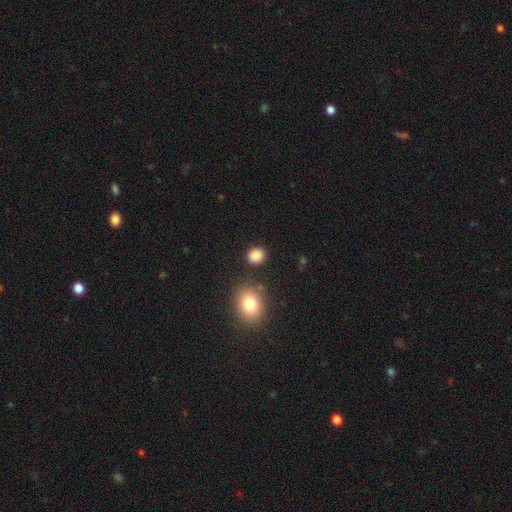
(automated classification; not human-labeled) Q: Smooth or featured?
A: smooth (87%); runner-up: star or artifact (10%)
Q: How rounded?
A: round (78%); runner-up: in between (21%)
Q: Merging?
A: none (85%); runner-up: minor disturbance (9%)